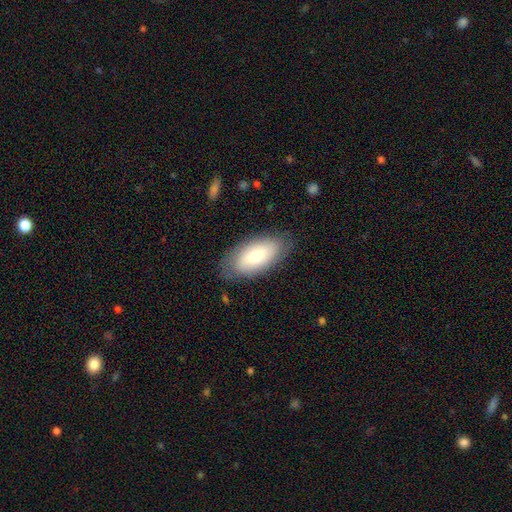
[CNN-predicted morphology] Smooth or featured?
  - smooth: 70% *
  - featured or disk: 24%
  - star or artifact: 6%
How rounded?
  - in between: 92% *
  - cigar-shaped: 6%
  - round: 2%
Merging?
  - none: 80% *
  - minor disturbance: 15%
  - major disturbance: 4%
  - merger: 1%